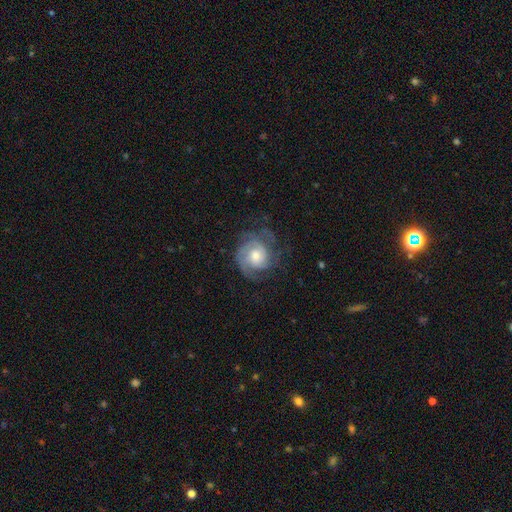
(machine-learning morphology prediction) This is clearly a featured or disk galaxy (83%). It is clearly not viewed edge-on (98%). Bar: likely no (70%). Spiral arm pattern: clearly yes (96%). Spiral arm count: marginally 3 (29%). Spiral winding: likely tight (62%). Central bulge: likely moderate (62%). Merging: likely none (67%).